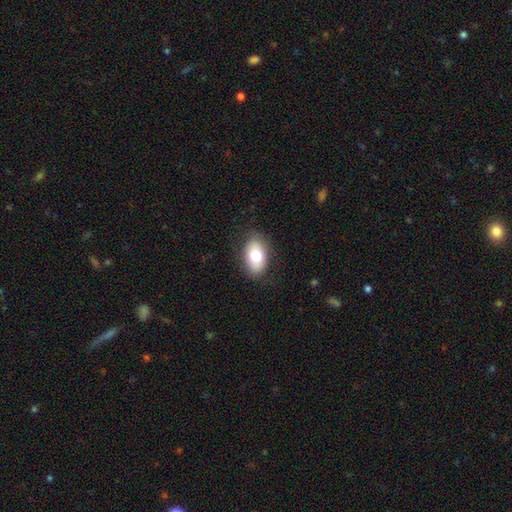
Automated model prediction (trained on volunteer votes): Morphology: type=smooth (75%); roundness=in between (91%); merging=none (84%).